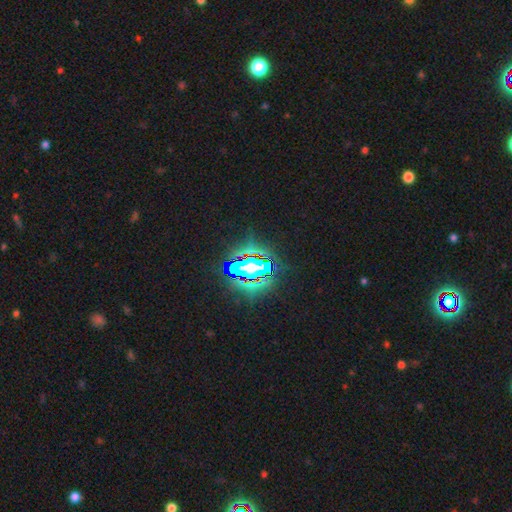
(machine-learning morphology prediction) Smooth or featured? star or artifact (80%)